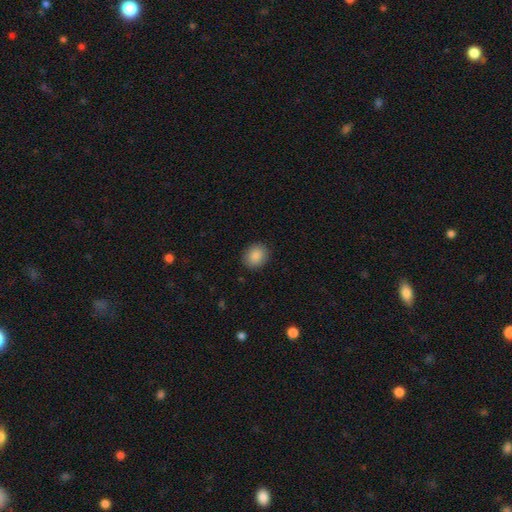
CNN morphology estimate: Q: Smooth or featured?
A: smooth (88%); runner-up: star or artifact (8%)
Q: How rounded?
A: round (63%); runner-up: in between (36%)
Q: Merging?
A: none (89%); runner-up: minor disturbance (7%)